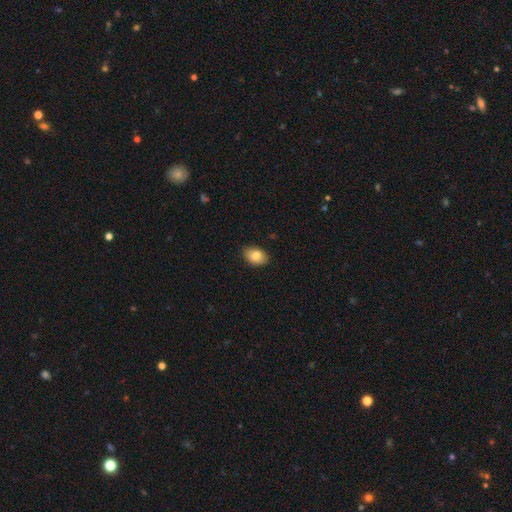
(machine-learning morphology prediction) This appears to be a smooth galaxy with no disk features (83%) that is in between round and cigar-shaped (83%). Merging: none (87%).